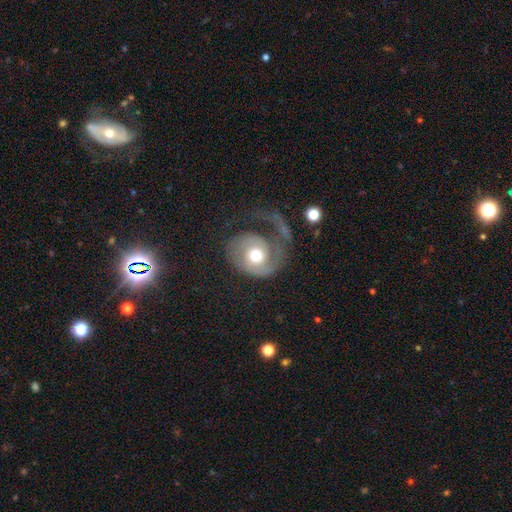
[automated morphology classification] Smooth or featured? featured or disk (72%)
Edge-on disk? no (97%)
Bar? no (78%)
Spiral arms? yes (87%)
Spiral winding? tight (37%)
Spiral arm count? 1 (66%)
Bulge size? moderate (72%)
Merging? major disturbance (52%)